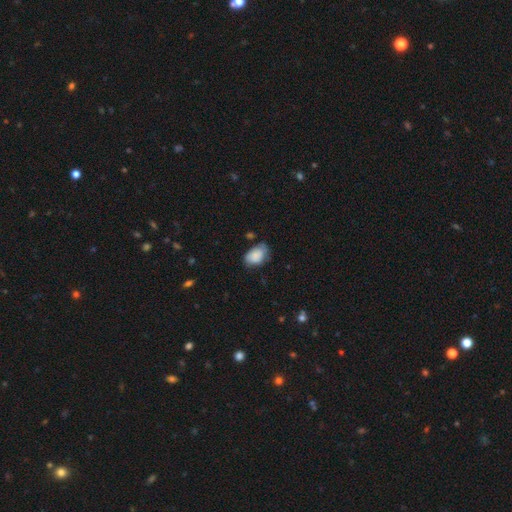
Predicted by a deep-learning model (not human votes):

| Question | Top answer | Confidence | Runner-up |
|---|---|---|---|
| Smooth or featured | smooth | 82% | featured or disk (11%) |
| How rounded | in between | 85% | round (14%) |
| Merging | none | 53% | minor disturbance (34%) |